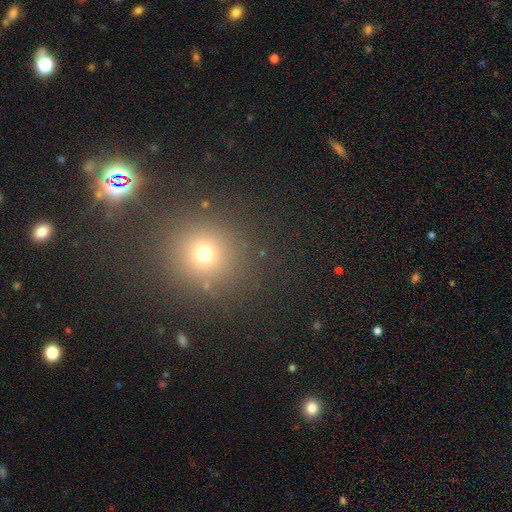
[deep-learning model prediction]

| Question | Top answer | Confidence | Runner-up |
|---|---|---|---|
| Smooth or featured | smooth | 57% | star or artifact (36%) |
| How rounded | round | 92% | in between (7%) |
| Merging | none | 88% | minor disturbance (6%) |